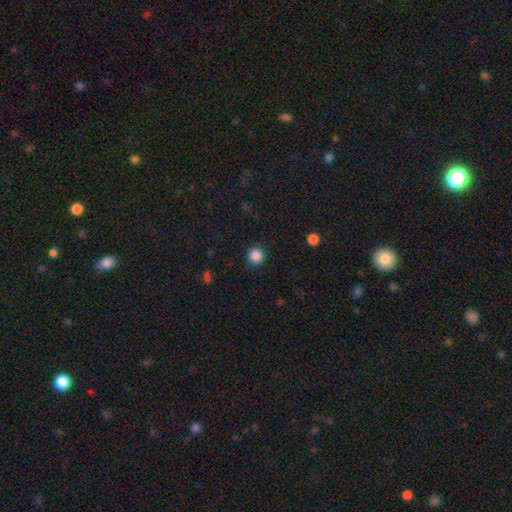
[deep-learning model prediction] A smooth galaxy with no disk features (86%) that is round (94%).

Vote fractions:
- Smooth or featured? smooth: 86% / star or artifact: 11% / featured or disk: 3%
- How rounded? round: 94% / in between: 6% / cigar-shaped: 1%
- Merging? none: 91% / minor disturbance: 6% / major disturbance: 2% / merger: 1%